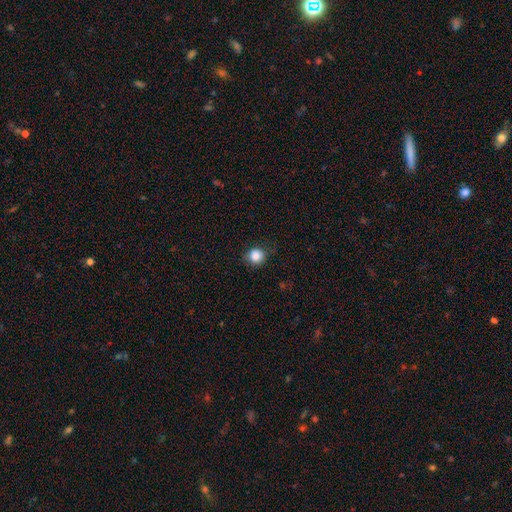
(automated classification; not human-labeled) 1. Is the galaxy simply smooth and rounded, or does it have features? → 85% smooth, 10% star or artifact, 5% featured or disk.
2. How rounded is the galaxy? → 90% round, 9% in between, 1% cigar-shaped.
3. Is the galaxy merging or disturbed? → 84% none, 12% minor disturbance, 3% major disturbance, 1% merger.